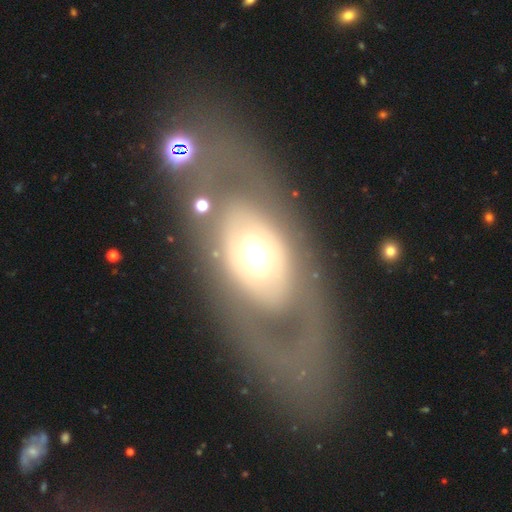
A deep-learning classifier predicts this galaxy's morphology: Smooth or featured: featured or disk — 61% (smooth — 31%)
Edge-on disk: no — 87% (yes — 13%)
Bar: no — 84% (weak — 10%)
Spiral arms: no — 86% (yes — 14%)
Bulge size: moderate — 44% (large — 40%)
Merging: none — 74% (major disturbance — 12%)